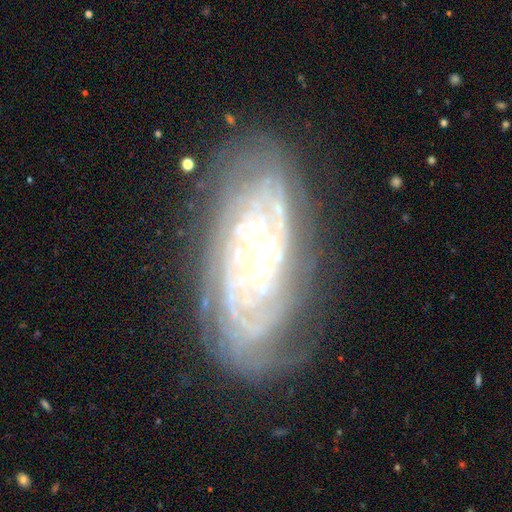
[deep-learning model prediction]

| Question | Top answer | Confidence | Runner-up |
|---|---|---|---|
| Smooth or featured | featured or disk | 88% | smooth (6%) |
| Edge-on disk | no | 94% | yes (6%) |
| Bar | no | 70% | weak (21%) |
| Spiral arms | yes | 97% | no (3%) |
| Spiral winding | tight | 83% | medium (14%) |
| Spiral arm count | can't tell | 30% | 4 (20%) |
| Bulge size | small | 80% | moderate (16%) |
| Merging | none | 76% | minor disturbance (17%) |